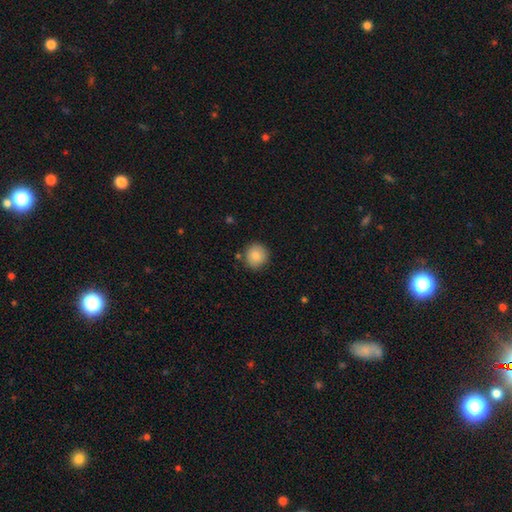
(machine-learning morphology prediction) type=smooth (83%); roundness=round (90%); merging=none (85%).